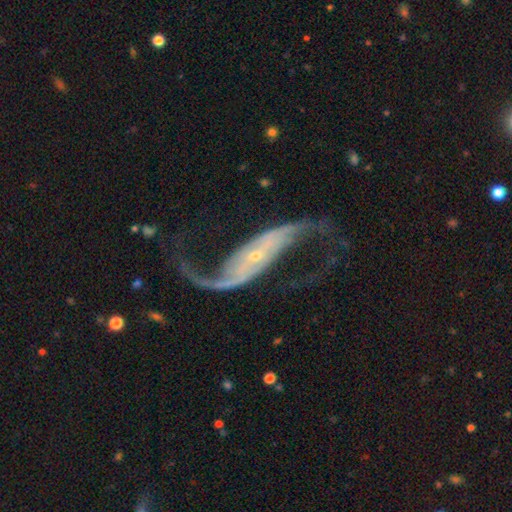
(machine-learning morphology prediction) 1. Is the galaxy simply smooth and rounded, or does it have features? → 91% featured or disk, 4% star or artifact, 4% smooth.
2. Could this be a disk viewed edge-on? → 94% no, 6% yes.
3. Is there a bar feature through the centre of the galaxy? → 47% no, 28% strong, 26% weak.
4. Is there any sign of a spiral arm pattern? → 97% yes, 3% no.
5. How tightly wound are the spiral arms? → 82% loose, 14% medium, 4% tight.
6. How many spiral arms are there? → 94% 2, 2% 1, 1% can't tell, 1% 3, 1% 4, 1% more than 4.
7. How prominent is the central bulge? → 81% small, 13% moderate, 2% none, 2% large, 1% dominant.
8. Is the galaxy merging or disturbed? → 67% none, 16% major disturbance, 14% minor disturbance, 3% merger.